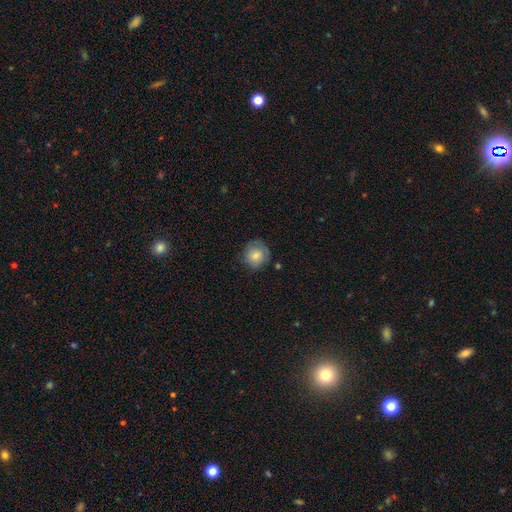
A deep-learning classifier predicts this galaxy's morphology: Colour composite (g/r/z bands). It shows a smooth galaxy with no disk features (74%) that is round (86%). Merging: none (71%).